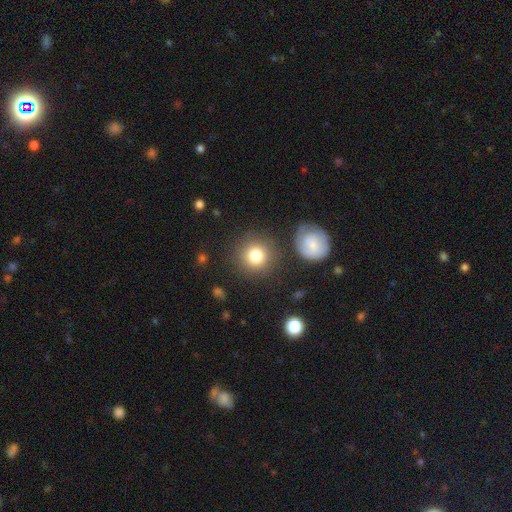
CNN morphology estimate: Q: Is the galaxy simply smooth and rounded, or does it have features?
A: smooth — 81%.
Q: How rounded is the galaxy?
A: round — 93%.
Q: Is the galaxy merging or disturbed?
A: none — 81%.